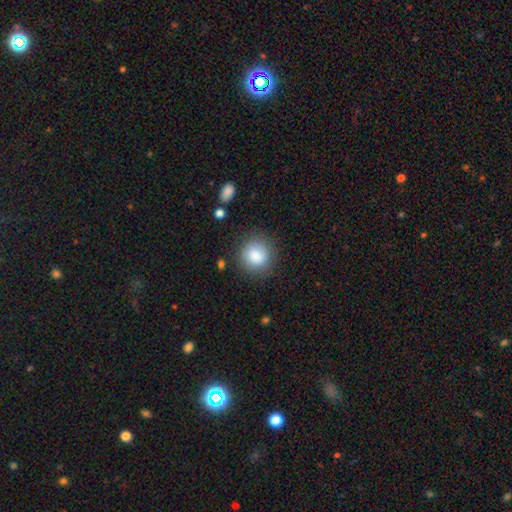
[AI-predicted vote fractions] A smooth galaxy with no disk features (86%) that is round (88%). Merging: none (83%).